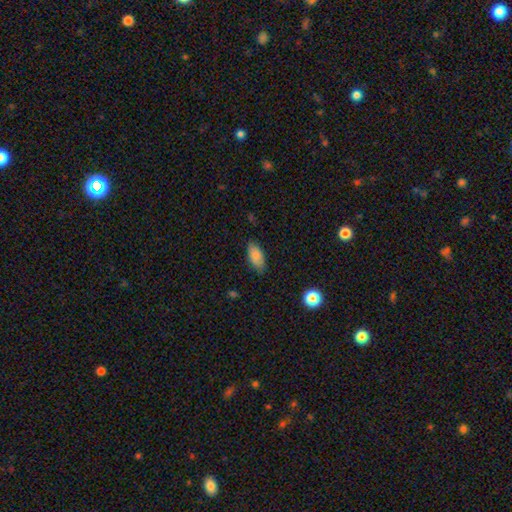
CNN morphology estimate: Smooth or featured? Predicted: smooth (p=0.86). How rounded? Predicted: in between (p=0.89). Merging? Predicted: none (p=0.81).